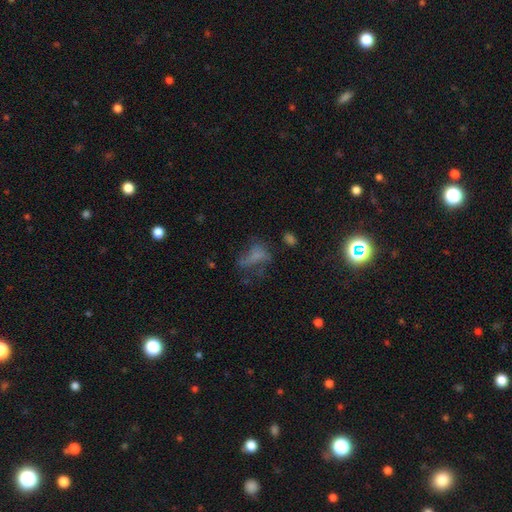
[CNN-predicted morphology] smooth-or-featured: smooth: 45% | featured or disk: 31% | star or artifact: 24%
  merging: major disturbance: 39% | none: 35% | minor disturbance: 20% | merger: 6%